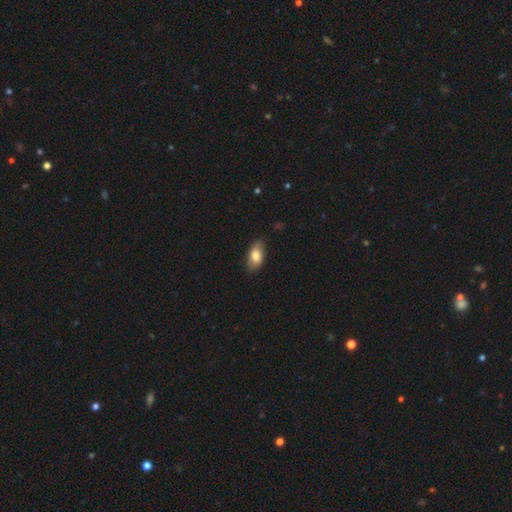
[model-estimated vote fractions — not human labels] Smooth or featured? Predicted: smooth (p=0.81). How rounded? Predicted: in between (p=0.91). Merging? Predicted: none (p=0.81).